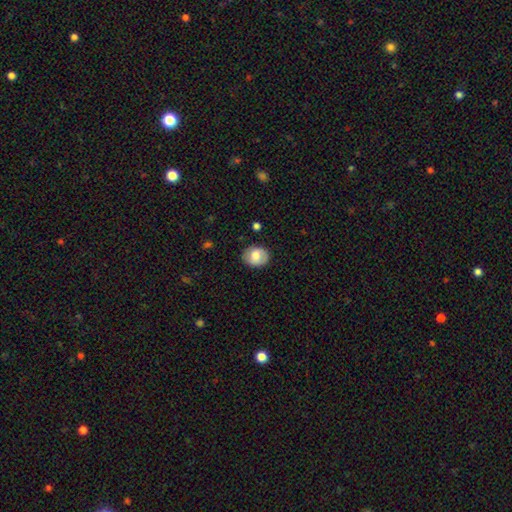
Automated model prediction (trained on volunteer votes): smooth_or_featured: smooth (p=0.71) [alt: featured or disk p=0.22]
how_rounded: in between (p=0.50) [alt: round p=0.49]
merging: none (p=0.83) [alt: minor disturbance p=0.13]